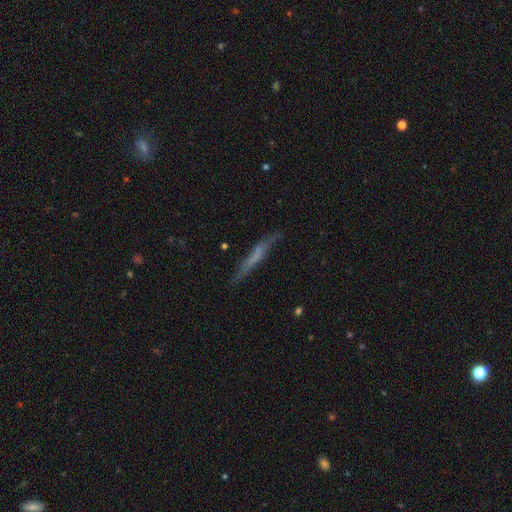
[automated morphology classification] A featured or disk galaxy (47%).

Vote fractions:
- Smooth or featured? featured or disk: 47% / smooth: 45% / star or artifact: 8%
- Merging? none: 76% / minor disturbance: 17% / major disturbance: 5% / merger: 2%